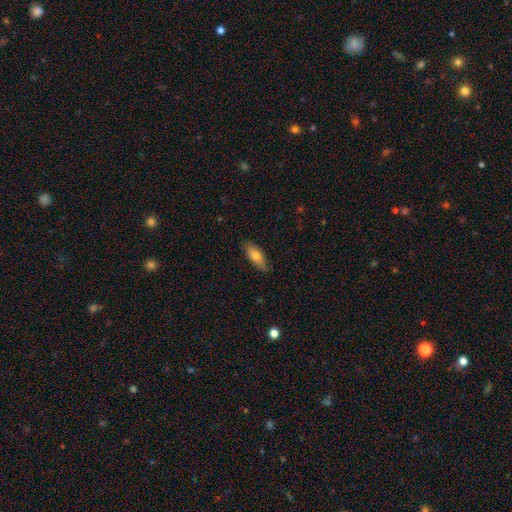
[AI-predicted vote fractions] Q: Smooth or featured?
A: smooth (75%); runner-up: featured or disk (19%)
Q: How rounded?
A: in between (68%); runner-up: cigar-shaped (30%)
Q: Merging?
A: none (81%); runner-up: minor disturbance (15%)